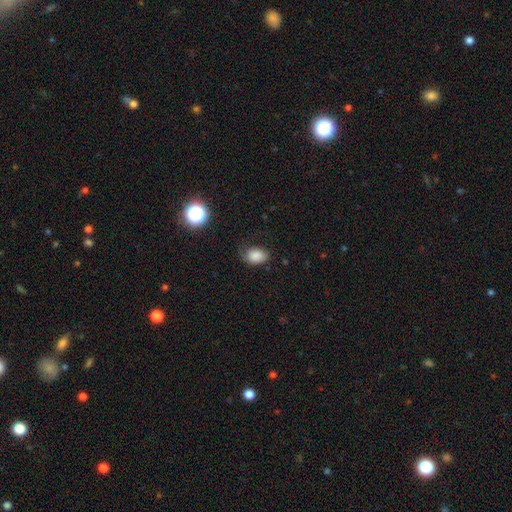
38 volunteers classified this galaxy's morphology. smooth_or_featured: smooth (p=0.84) [alt: featured or disk p=0.08]
how_rounded: in between (p=0.75) [alt: round p=0.25]
merging: none (p=0.57) [alt: minor disturbance p=0.31]